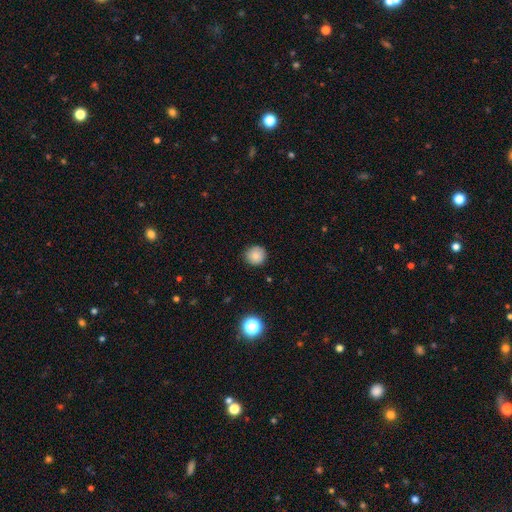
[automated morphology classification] This appears to be a smooth galaxy with no disk features (83%) that is round (93%). Merging: none (88%).